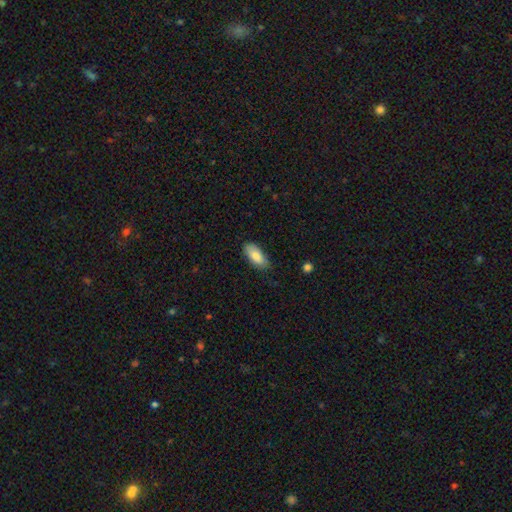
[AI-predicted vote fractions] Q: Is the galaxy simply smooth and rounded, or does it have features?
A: smooth — 84%.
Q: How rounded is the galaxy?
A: in between — 87%.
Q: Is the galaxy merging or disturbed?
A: none — 79%.